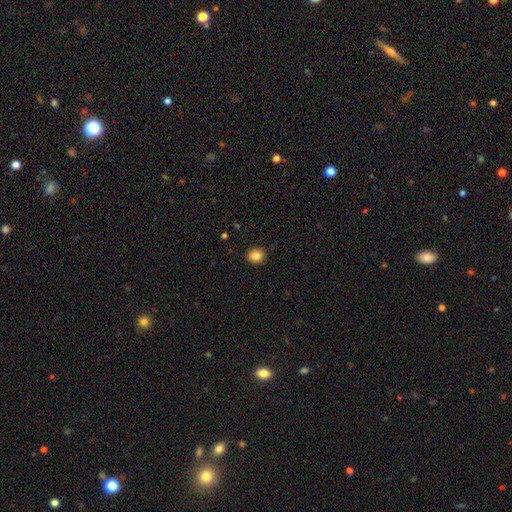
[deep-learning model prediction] smooth 85%, star or artifact 10%, featured or disk 5%. Down the decision tree: how rounded — round (81%); merging — none (90%).